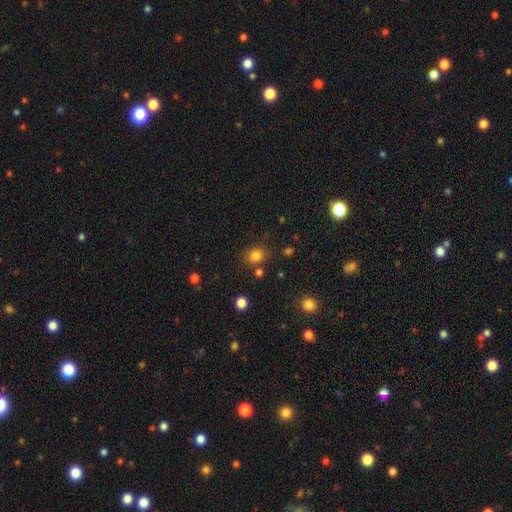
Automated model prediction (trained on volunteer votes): This appears to be a smooth galaxy with no disk features (81%) that is round (71%). Merging: none (79%).